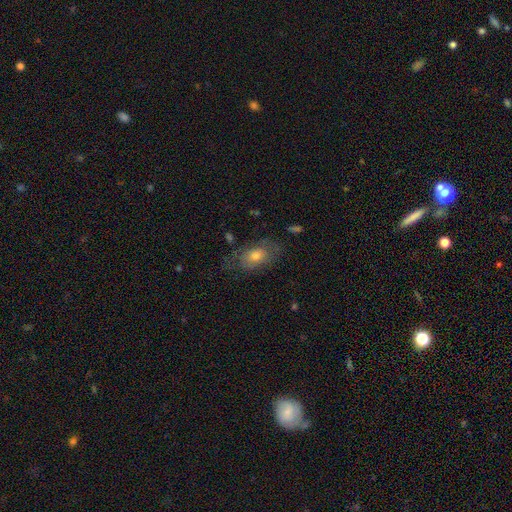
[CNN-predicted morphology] Smooth or featured? smooth (54%)
How rounded? in between (85%)
Merging? none (61%)